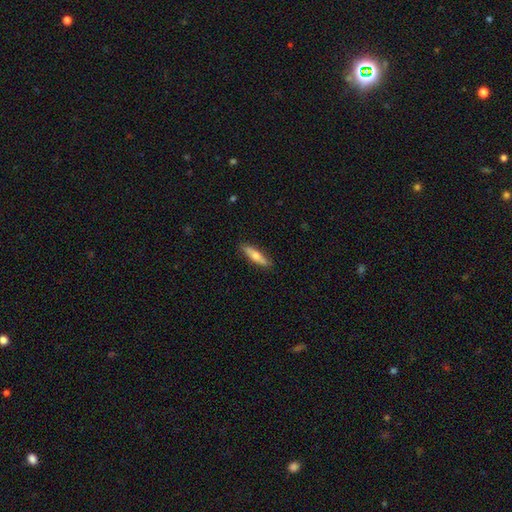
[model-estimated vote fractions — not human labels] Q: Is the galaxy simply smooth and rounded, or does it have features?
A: smooth — 55%.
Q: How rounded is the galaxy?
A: cigar-shaped — 78%.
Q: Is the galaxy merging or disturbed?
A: none — 87%.